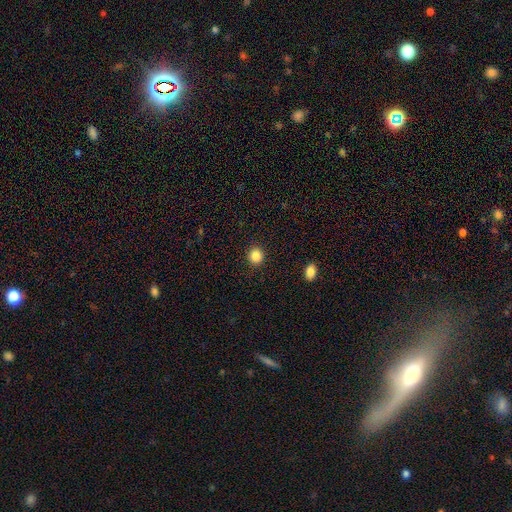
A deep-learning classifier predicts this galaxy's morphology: Smooth or featured? Predicted: smooth (p=0.86). How rounded? Predicted: round (p=0.88). Merging? Predicted: none (p=0.92).